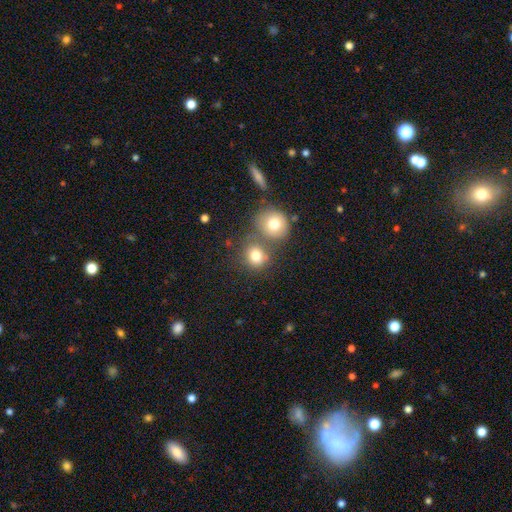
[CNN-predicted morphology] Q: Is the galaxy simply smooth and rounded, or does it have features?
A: smooth — 78%.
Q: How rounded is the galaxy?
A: round — 81%.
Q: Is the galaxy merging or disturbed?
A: none — 52%.